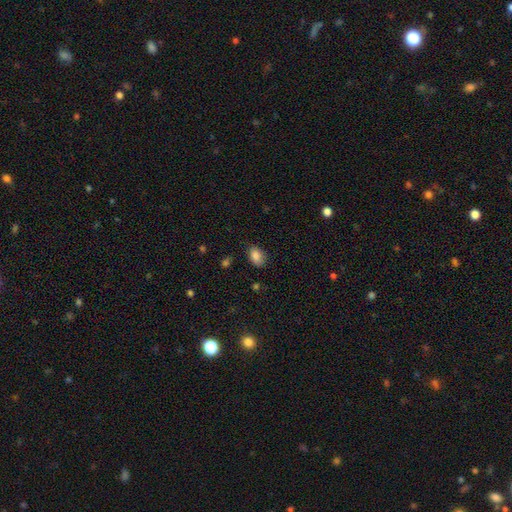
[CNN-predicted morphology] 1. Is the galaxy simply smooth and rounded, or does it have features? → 85% smooth, 9% star or artifact, 6% featured or disk.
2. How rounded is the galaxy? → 84% in between, 15% round, 1% cigar-shaped.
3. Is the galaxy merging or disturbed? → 75% none, 19% minor disturbance, 4% major disturbance, 1% merger.